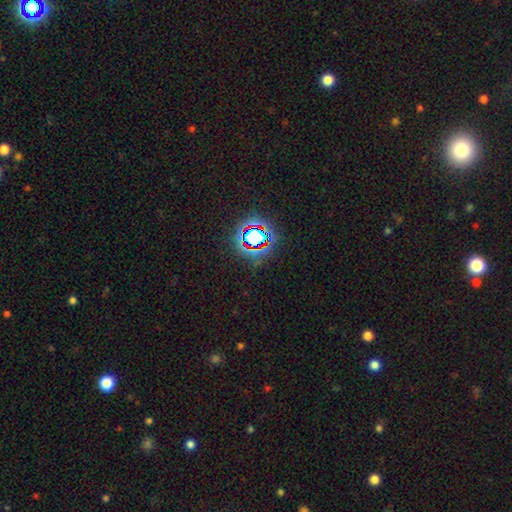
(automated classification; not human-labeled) Smooth or featured?
  - star or artifact: 77% *
  - smooth: 13%
  - featured or disk: 9%